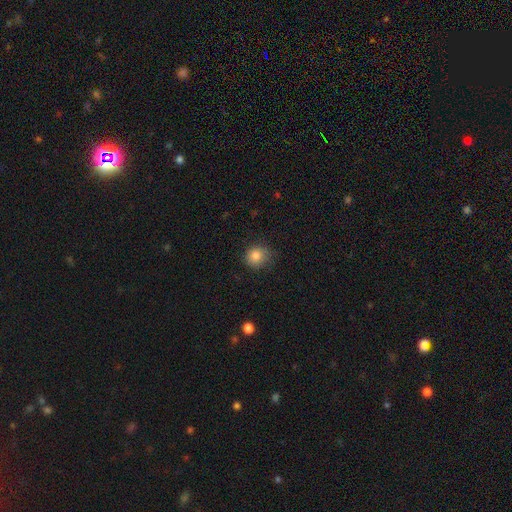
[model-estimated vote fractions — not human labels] Smooth or featured? smooth (83%)
How rounded? round (86%)
Merging? none (77%)